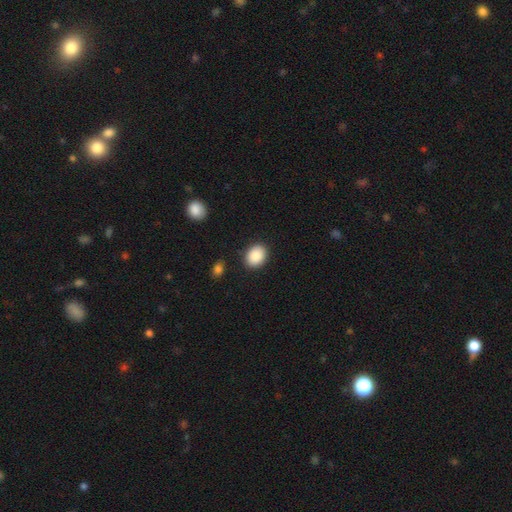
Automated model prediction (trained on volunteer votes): Smooth or featured? smooth (90%)
How rounded? in between (60%)
Merging? none (88%)